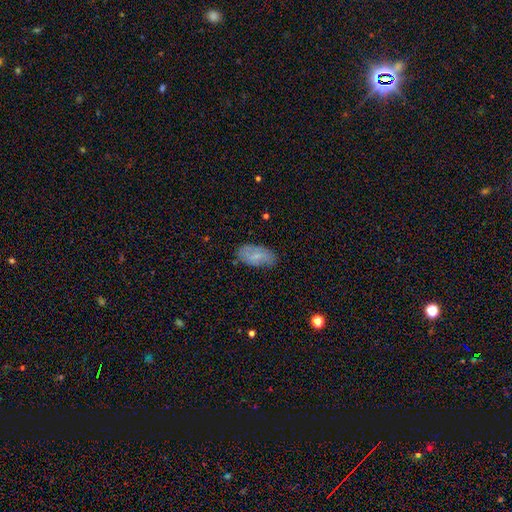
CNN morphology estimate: Smooth or featured: smooth — 56% (featured or disk — 35%)
How rounded: in between — 93% (round — 4%)
Merging: none — 72% (minor disturbance — 22%)